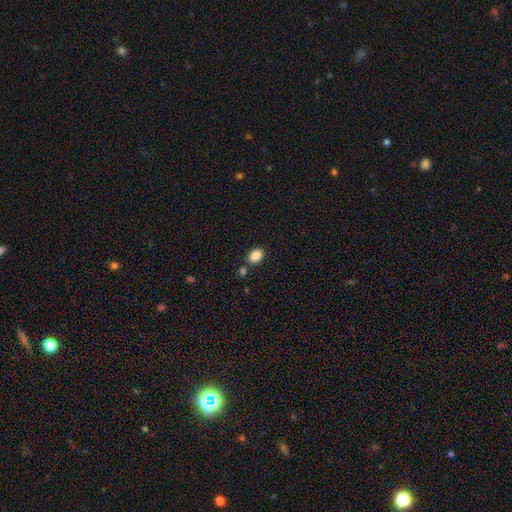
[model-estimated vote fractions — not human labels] Smooth or featured? smooth (86%)
How rounded? in between (77%)
Merging? none (79%)